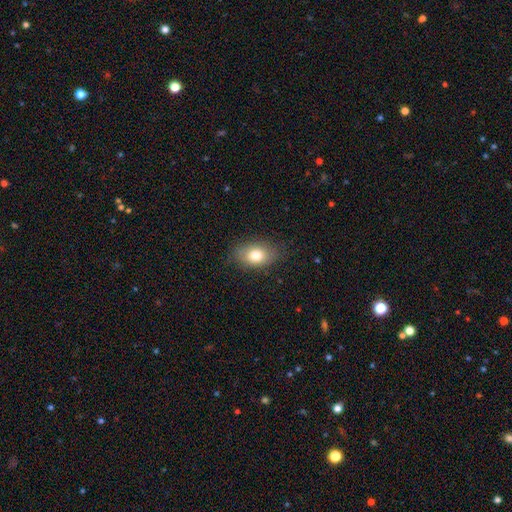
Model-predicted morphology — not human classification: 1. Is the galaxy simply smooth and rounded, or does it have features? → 77% smooth, 14% featured or disk, 9% star or artifact.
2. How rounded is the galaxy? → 84% in between, 15% round, 2% cigar-shaped.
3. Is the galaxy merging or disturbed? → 80% none, 15% minor disturbance, 4% major disturbance, 1% merger.